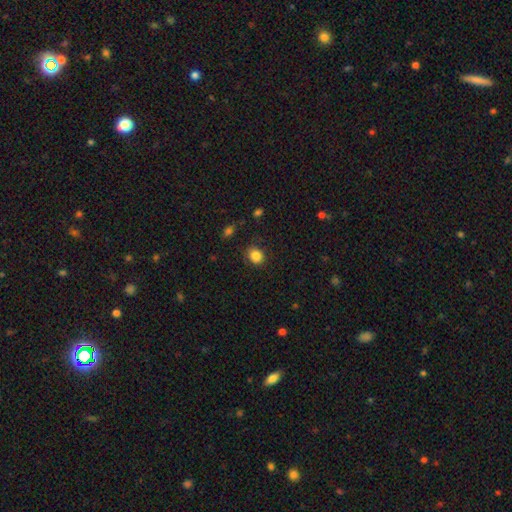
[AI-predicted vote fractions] Q: Smooth or featured?
A: smooth (85%); runner-up: star or artifact (10%)
Q: How rounded?
A: round (66%); runner-up: in between (33%)
Q: Merging?
A: none (82%); runner-up: minor disturbance (13%)